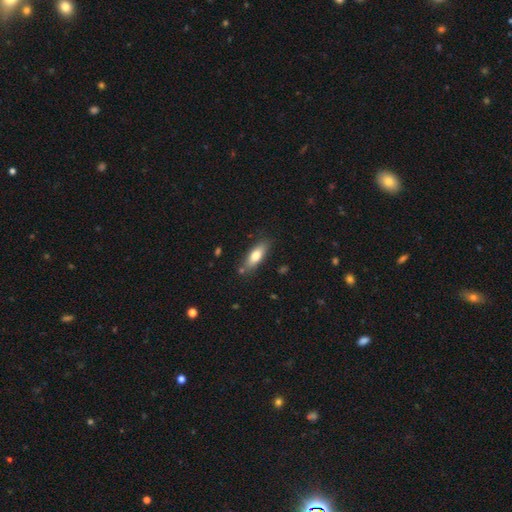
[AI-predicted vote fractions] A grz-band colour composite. It shows a smooth galaxy with no disk features (74%) that is in between round and cigar-shaped (65%). Merging: none (81%).